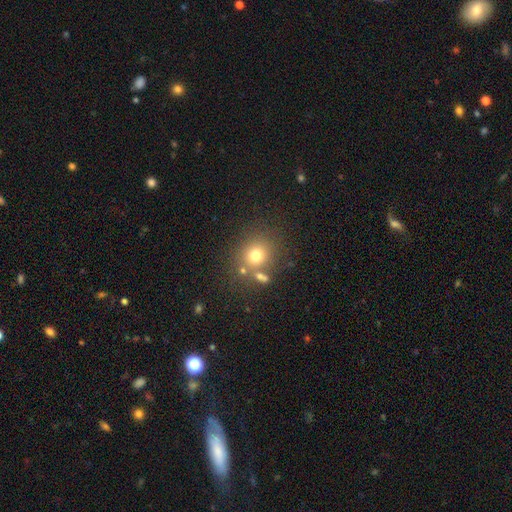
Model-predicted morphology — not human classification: Smooth or featured?
  - smooth: 73% *
  - star or artifact: 16%
  - featured or disk: 11%
How rounded?
  - round: 78% *
  - in between: 21%
  - cigar-shaped: 1%
Merging?
  - none: 68% *
  - merger: 16%
  - minor disturbance: 11%
  - major disturbance: 5%